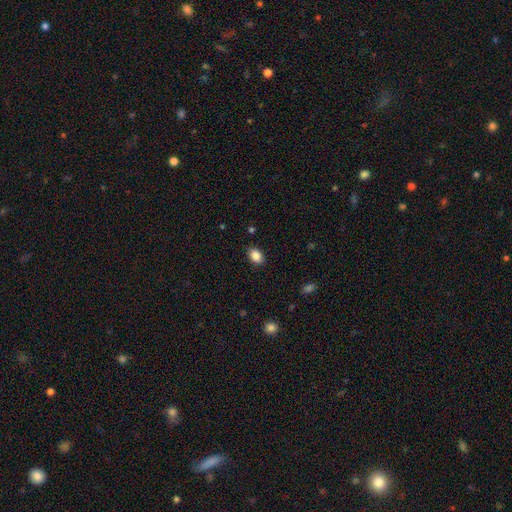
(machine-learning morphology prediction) Overall: smooth (87%). How rounded: in between (79%). Merging: none (87%).